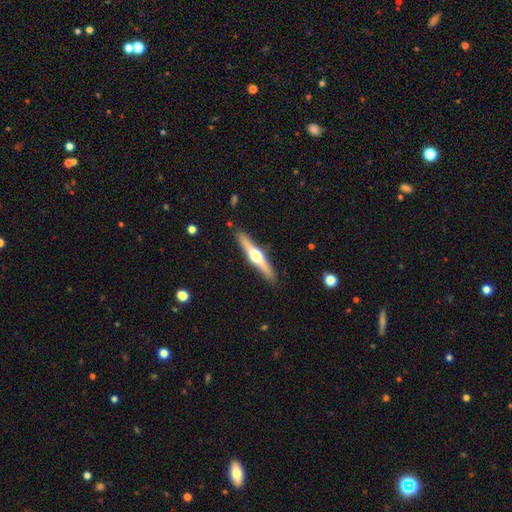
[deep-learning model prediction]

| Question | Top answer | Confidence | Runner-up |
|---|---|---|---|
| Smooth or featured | featured or disk | 69% | smooth (26%) |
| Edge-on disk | yes | 97% | no (3%) |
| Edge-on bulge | rounded | 95% | boxy (3%) |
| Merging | none | 89% | minor disturbance (8%) |